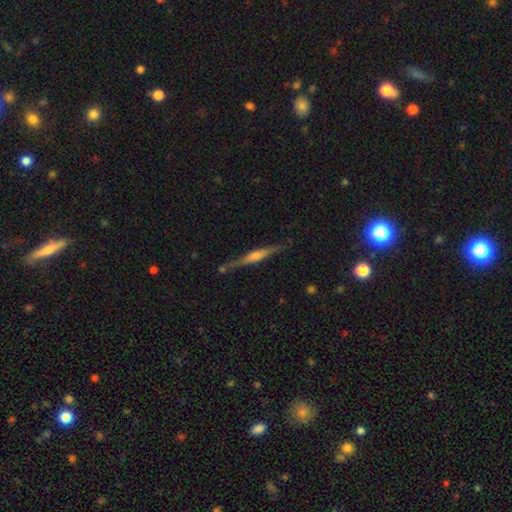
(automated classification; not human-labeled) Morphology: type=featured or disk (75%); edge-on=yes (98%); edge-on bulge=rounded (61%); merging=none (85%).